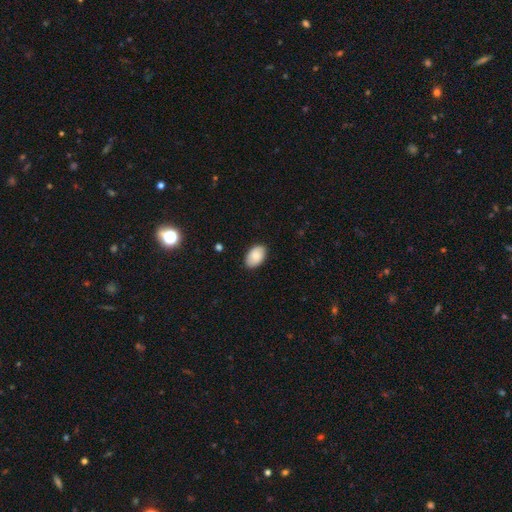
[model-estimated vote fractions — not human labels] The model was most divided on "smooth or featured": smooth: 84%, featured or disk: 9%, star or artifact: 7%. More confident: how rounded — in between (92%); merging — none (86%).